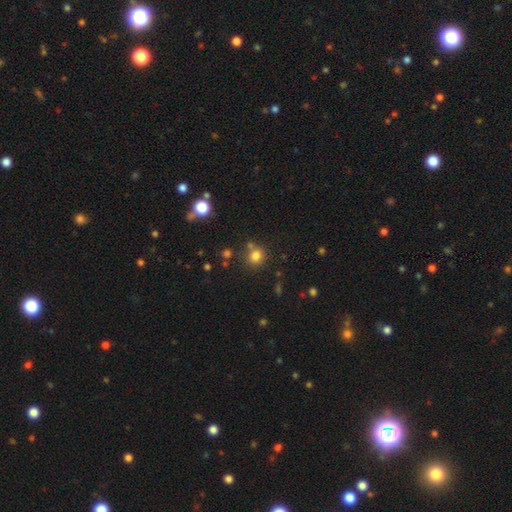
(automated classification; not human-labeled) smooth 79%, star or artifact 15%, featured or disk 6%. Down the decision tree: how rounded — round (86%); merging — none (74%).